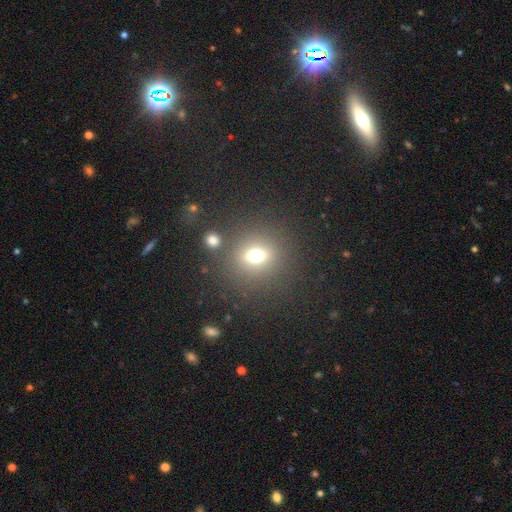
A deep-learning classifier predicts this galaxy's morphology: A smooth galaxy with no disk features (67%) that is round (70%).

Vote fractions:
- Smooth or featured? smooth: 67% / star or artifact: 19% / featured or disk: 14%
- How rounded? round: 70% / in between: 28% / cigar-shaped: 2%
- Merging? none: 72% / merger: 12% / minor disturbance: 10% / major disturbance: 6%